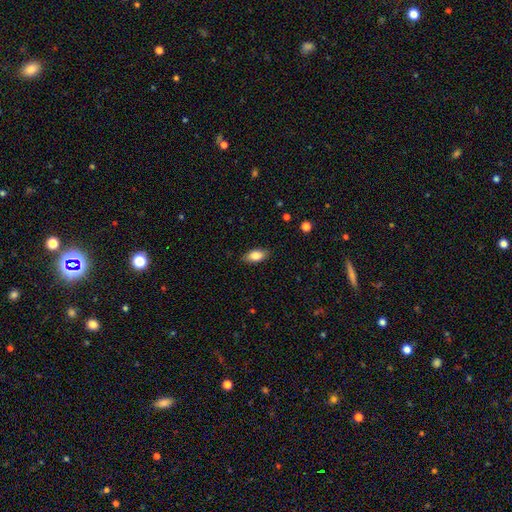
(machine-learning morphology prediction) smooth_or_featured: smooth (p=0.83) [alt: featured or disk p=0.10]
how_rounded: in between (p=0.89) [alt: cigar-shaped p=0.08]
merging: none (p=0.85) [alt: minor disturbance p=0.11]